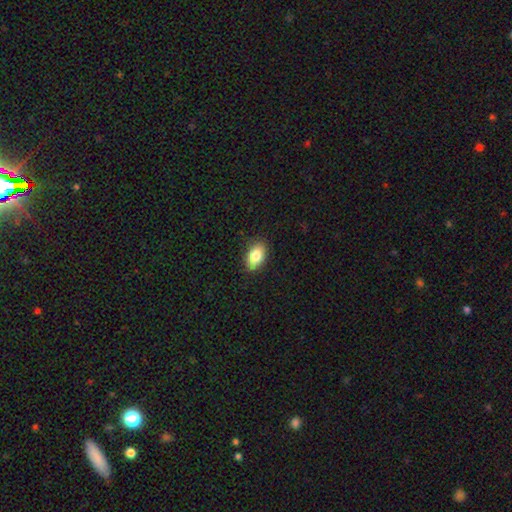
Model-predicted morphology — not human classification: Smooth or featured?
  - smooth: 82% *
  - featured or disk: 10%
  - star or artifact: 8%
How rounded?
  - in between: 90% *
  - round: 8%
  - cigar-shaped: 2%
Merging?
  - none: 83% *
  - minor disturbance: 14%
  - major disturbance: 3%
  - merger: 1%